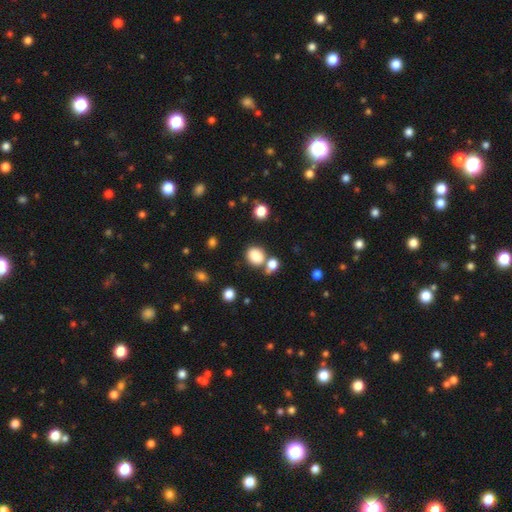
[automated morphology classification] Smooth or featured? Predicted: smooth (p=0.83). How rounded? Predicted: round (p=0.62). Merging? Predicted: none (p=0.59).